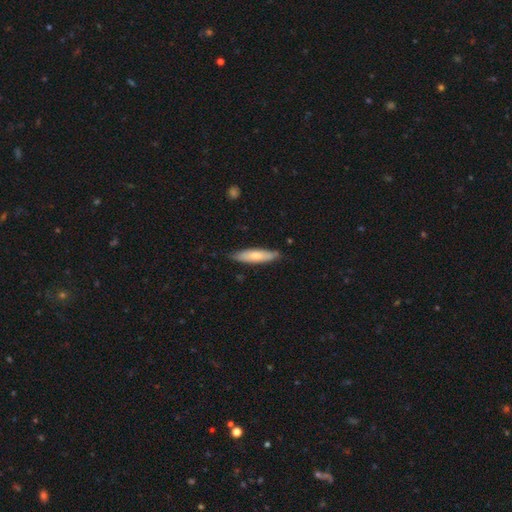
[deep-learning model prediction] This appears to be a smooth galaxy with no disk features (70%) that is cigar-shaped (70%). Merging: none (80%).